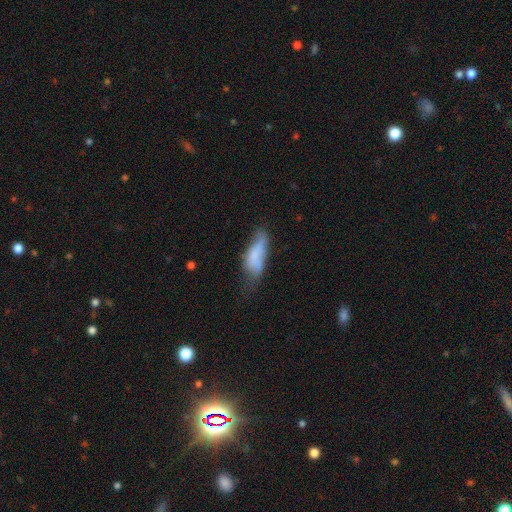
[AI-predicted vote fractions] smooth_or_featured: smooth (p=0.66) [alt: featured or disk p=0.26]
how_rounded: in between (p=0.67) [alt: cigar-shaped p=0.31]
merging: minor disturbance (p=0.35) [alt: none p=0.31]